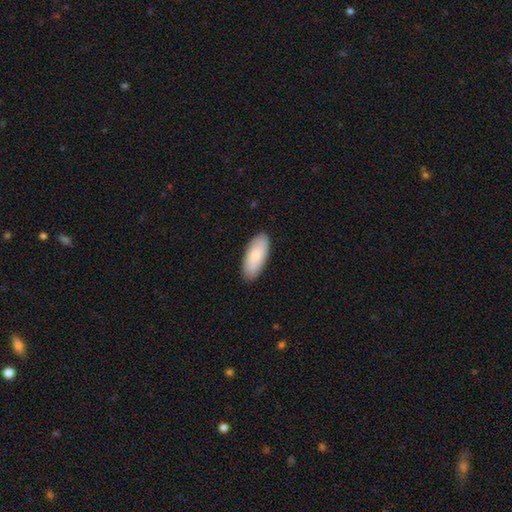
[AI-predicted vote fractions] Smooth or featured: smooth — 82% (featured or disk — 12%)
How rounded: in between — 86% (cigar-shaped — 13%)
Merging: none — 89% (minor disturbance — 9%)